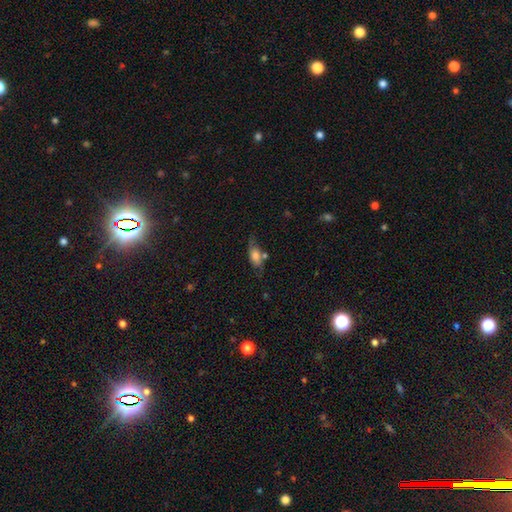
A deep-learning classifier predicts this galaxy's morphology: Smooth or featured? smooth (69%)
How rounded? in between (83%)
Merging? none (50%)